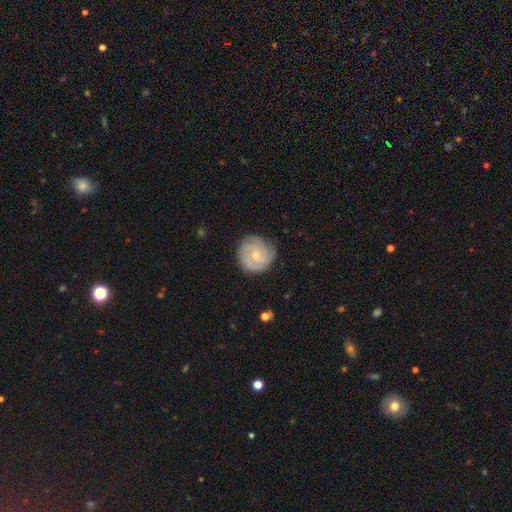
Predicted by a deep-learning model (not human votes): A featured or disk galaxy (74%) with no bar (68%), 3 (34%) tight (71%) spiral arms (95%) and a small central bulge (69%). Merging: none (80%).